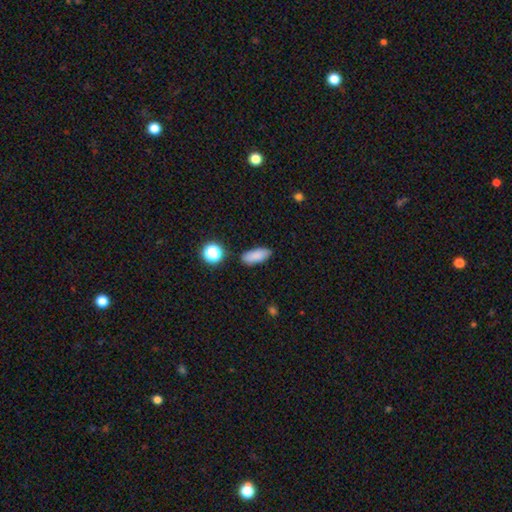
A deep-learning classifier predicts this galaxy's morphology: The model was most divided on "how rounded": in between: 77%, cigar-shaped: 19%, round: 4%. More confident: merging — none (84%); smooth or featured — smooth (84%).